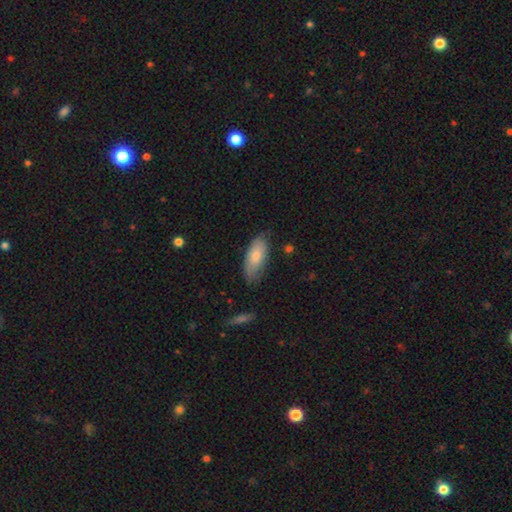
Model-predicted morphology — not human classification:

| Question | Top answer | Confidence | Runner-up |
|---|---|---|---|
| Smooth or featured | smooth | 74% | featured or disk (20%) |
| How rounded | in between | 81% | cigar-shaped (17%) |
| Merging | none | 72% | minor disturbance (23%) |